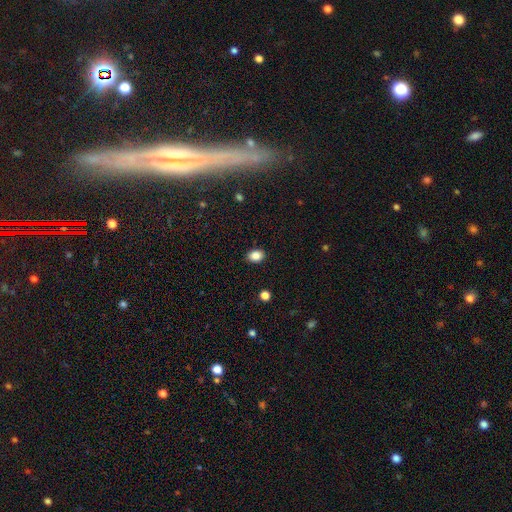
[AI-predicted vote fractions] A smooth galaxy with no disk features (86%) that is in between round and cigar-shaped (68%). Merging: none (89%).